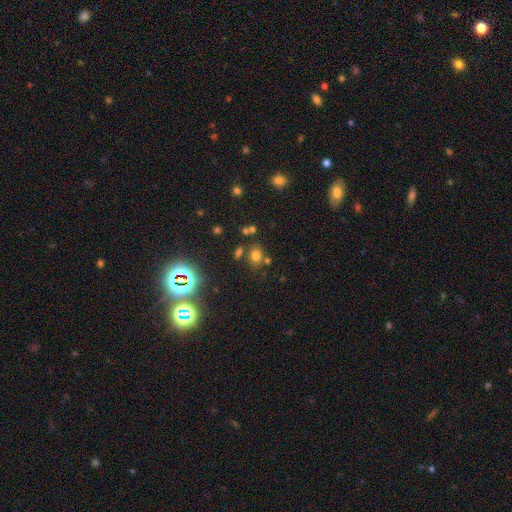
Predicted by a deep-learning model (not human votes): Q: Smooth or featured?
A: smooth (66%); runner-up: star or artifact (25%)
Q: How rounded?
A: round (55%); runner-up: in between (44%)
Q: Merging?
A: none (69%); runner-up: merger (14%)